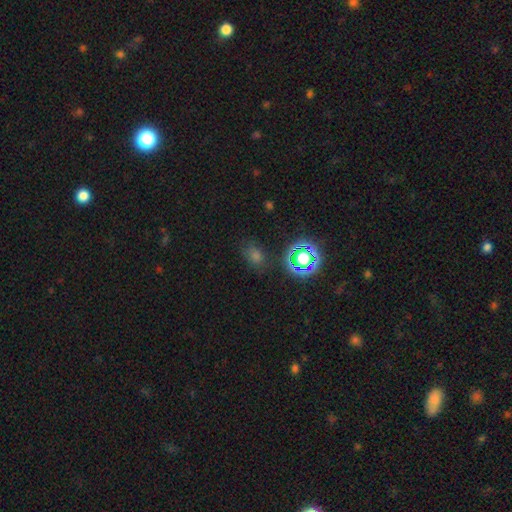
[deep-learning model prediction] This appears to be a smooth galaxy with no disk features (49%). Merging: none (80%).